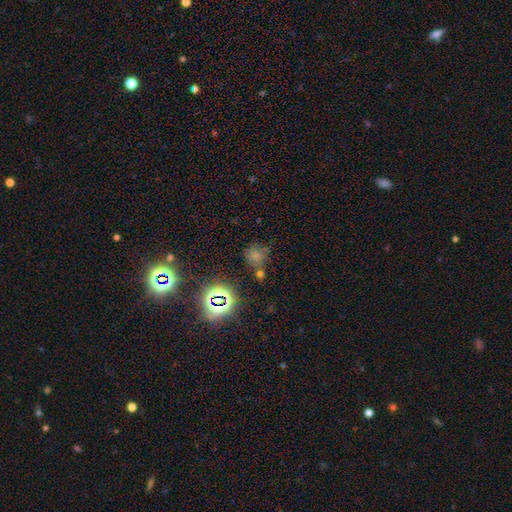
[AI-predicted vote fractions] Smooth or featured? Predicted: smooth (p=0.55). How rounded? Predicted: round (p=0.79). Merging? Predicted: none (p=0.57).